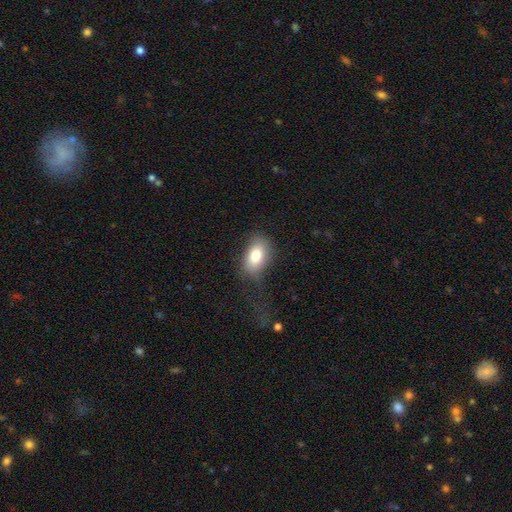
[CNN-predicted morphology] Smooth or featured? smooth (79%)
How rounded? in between (89%)
Merging? none (64%)